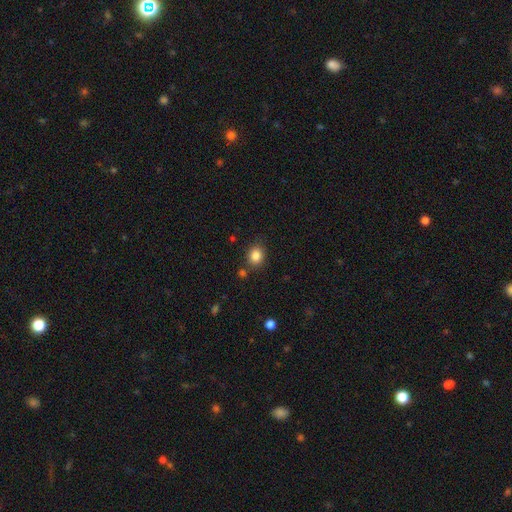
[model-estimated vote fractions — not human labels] The model was most divided on "how rounded": round: 61%, in between: 38%, cigar-shaped: 1%. More confident: smooth or featured — smooth (85%); merging — none (80%).